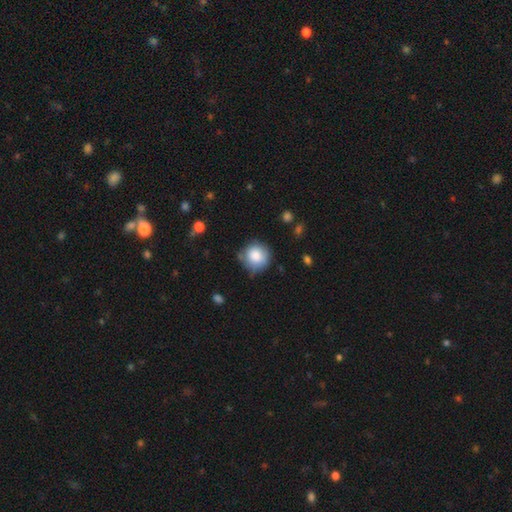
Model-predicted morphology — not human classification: A smooth galaxy with no disk features (82%) that is round (92%). Merging: none (68%).